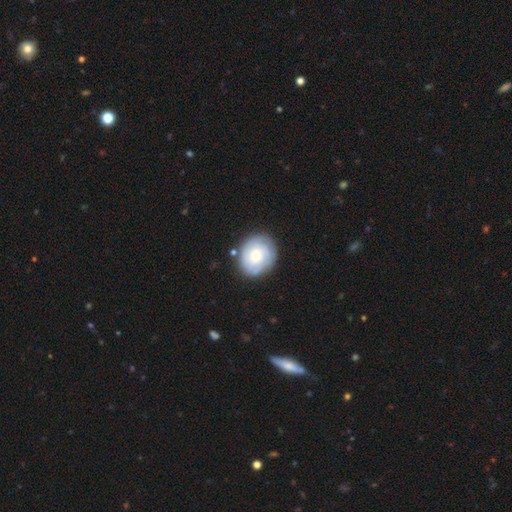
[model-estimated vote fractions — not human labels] The model was most divided on "smooth or featured": smooth: 53%, featured or disk: 40%, star or artifact: 7%. More confident: merging — none (79%); how rounded — round (74%).